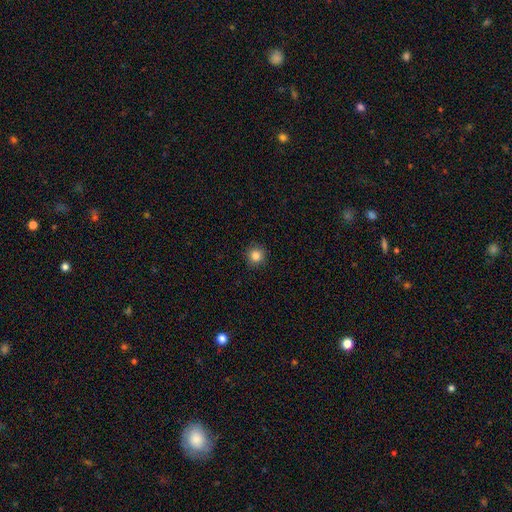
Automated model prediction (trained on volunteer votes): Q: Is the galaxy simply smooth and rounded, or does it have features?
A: smooth — 84%.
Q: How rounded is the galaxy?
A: round — 94%.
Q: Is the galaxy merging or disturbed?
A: none — 92%.